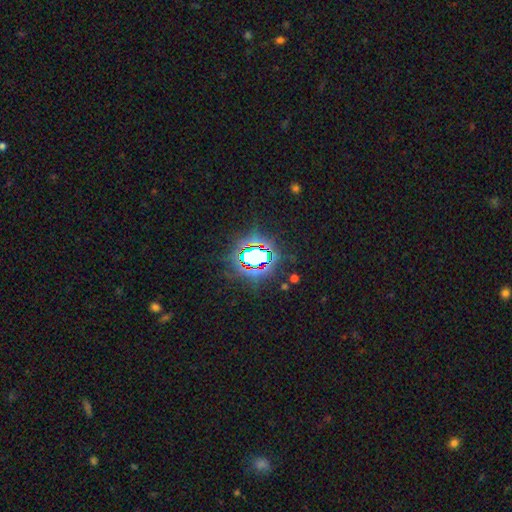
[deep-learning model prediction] smooth-or-featured: star or artifact: 73% | smooth: 16% | featured or disk: 11%